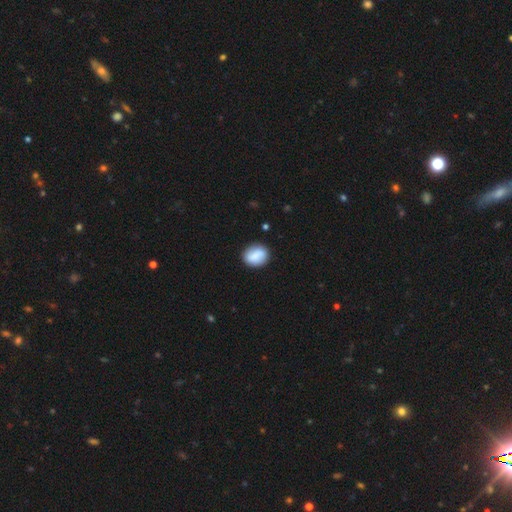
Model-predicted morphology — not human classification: Smooth or featured?
  - smooth: 82% *
  - featured or disk: 11%
  - star or artifact: 7%
How rounded?
  - round: 55% *
  - in between: 44%
  - cigar-shaped: 1%
Merging?
  - none: 84% *
  - minor disturbance: 11%
  - major disturbance: 3%
  - merger: 2%